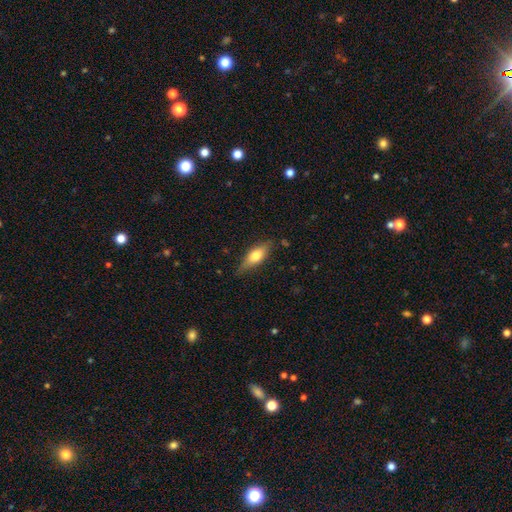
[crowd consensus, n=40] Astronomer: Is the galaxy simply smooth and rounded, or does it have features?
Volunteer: smooth — 57% (runner-up: featured or disk, 32%).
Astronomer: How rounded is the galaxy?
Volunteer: in between — 61% (runner-up: cigar-shaped, 39%).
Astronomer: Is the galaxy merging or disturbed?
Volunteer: none — 67%.